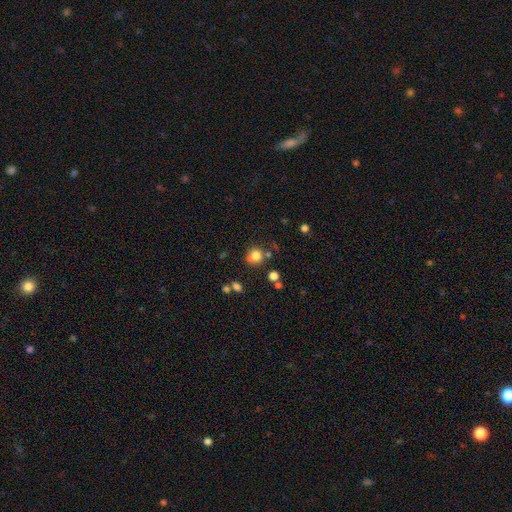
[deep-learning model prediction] Smooth or featured?
  - smooth: 81% *
  - star or artifact: 12%
  - featured or disk: 7%
How rounded?
  - round: 85% *
  - in between: 14%
  - cigar-shaped: 1%
Merging?
  - none: 72% *
  - minor disturbance: 14%
  - merger: 9%
  - major disturbance: 5%